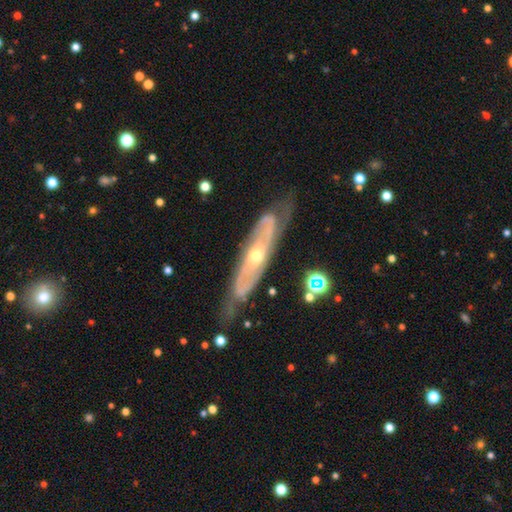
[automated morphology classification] Smooth or featured? Predicted: featured or disk (p=0.81). Edge-on disk? Predicted: no (p=0.69). Bar? Predicted: no (p=0.69). Spiral arms? Predicted: yes (p=0.82). Bulge size? Predicted: moderate (p=0.59). Merging? Predicted: none (p=0.68).